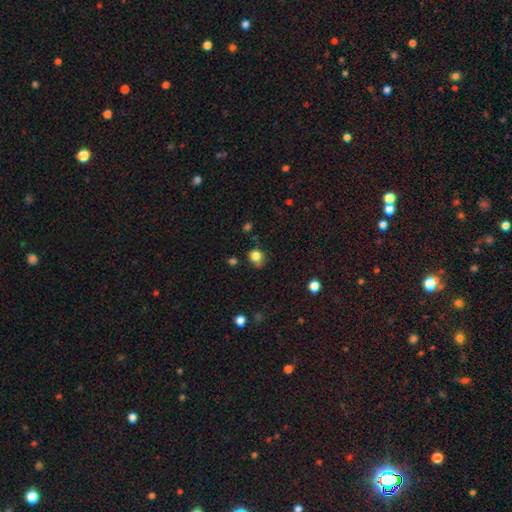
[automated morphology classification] Overall: smooth (82%). How rounded: round (71%). Merging: none (56%; minor disturbance 30%).